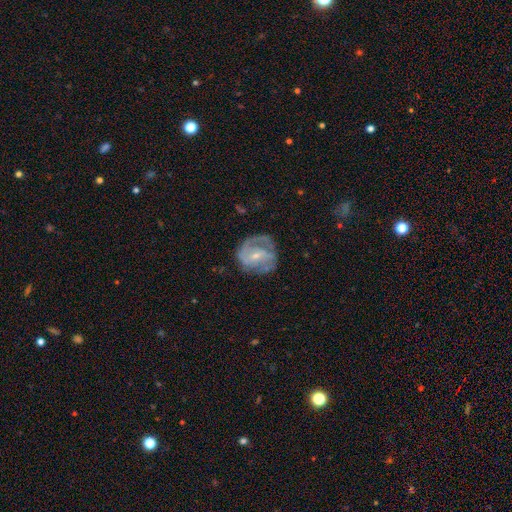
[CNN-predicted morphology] Smooth or featured?
  - featured or disk: 74% *
  - smooth: 19%
  - star or artifact: 6%
Edge-on disk?
  - no: 97% *
  - yes: 3%
Bar?
  - weak: 47% *
  - no: 35%
  - strong: 19%
Spiral arms?
  - yes: 84% *
  - no: 16%
Spiral winding?
  - medium: 44% *
  - tight: 36%
  - loose: 20%
Spiral arm count?
  - 2: 53% *
  - can't tell: 23%
  - 3: 11%
  - 1: 8%
  - 4: 3%
  - more than 4: 2%
Bulge size?
  - small: 65% *
  - moderate: 30%
  - none: 3%
  - large: 1%
  - dominant: 1%
Merging?
  - none: 61% *
  - minor disturbance: 22%
  - major disturbance: 15%
  - merger: 2%